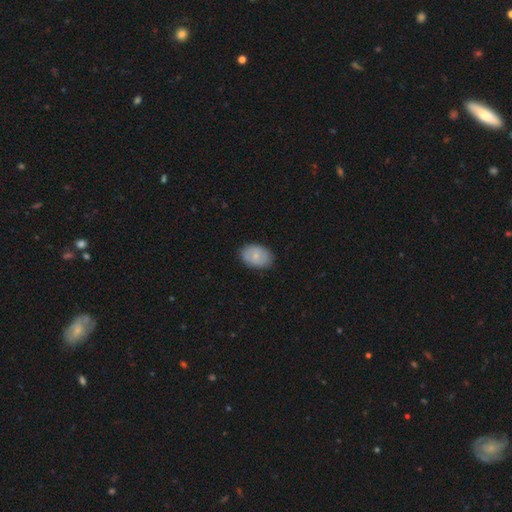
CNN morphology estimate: A smooth galaxy with no disk features (72%) that is in between round and cigar-shaped (82%). Merging: none (83%).